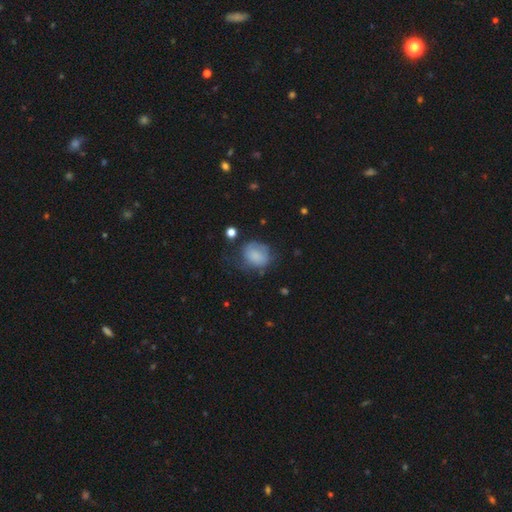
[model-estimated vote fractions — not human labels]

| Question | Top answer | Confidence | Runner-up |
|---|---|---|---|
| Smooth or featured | smooth | 70% | featured or disk (21%) |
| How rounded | in between | 50% | round (49%) |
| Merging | none | 40% | minor disturbance (31%) |